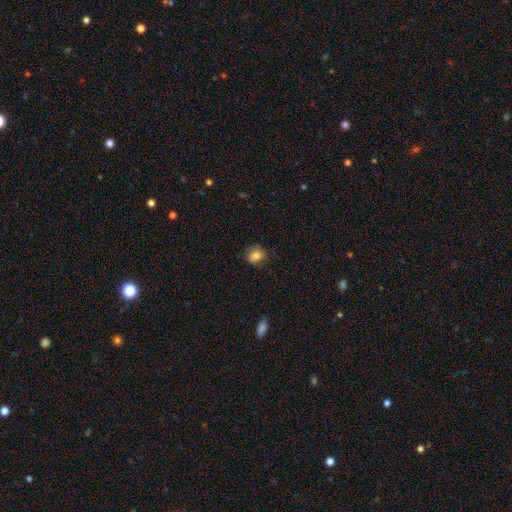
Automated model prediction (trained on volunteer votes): Smooth or featured: smooth — 81% (star or artifact — 10%)
How rounded: round — 62% (in between — 37%)
Merging: none — 79% (minor disturbance — 16%)